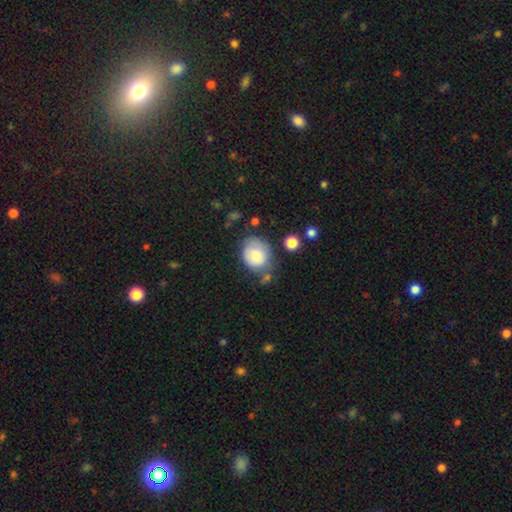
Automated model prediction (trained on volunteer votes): Smooth or featured? smooth (78%)
How rounded? round (61%)
Merging? none (53%)